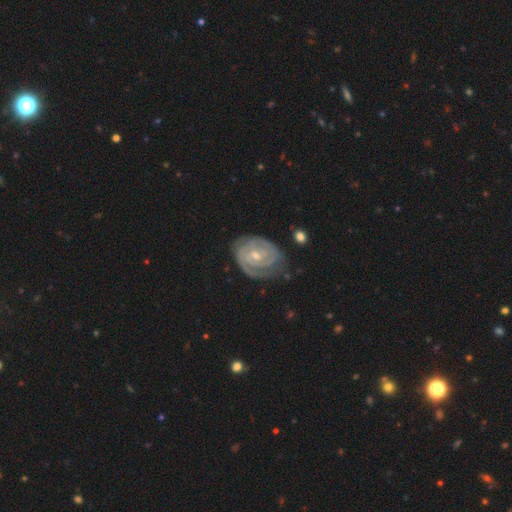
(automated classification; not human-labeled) Smooth or featured: featured or disk — 88% (smooth — 7%)
Edge-on disk: no — 97% (yes — 3%)
Bar: no — 48% (weak — 41%)
Spiral arms: yes — 97% (no — 3%)
Spiral winding: tight — 79% (medium — 18%)
Spiral arm count: 2 — 52% (can't tell — 19%)
Bulge size: small — 58% (moderate — 39%)
Merging: none — 70% (minor disturbance — 21%)